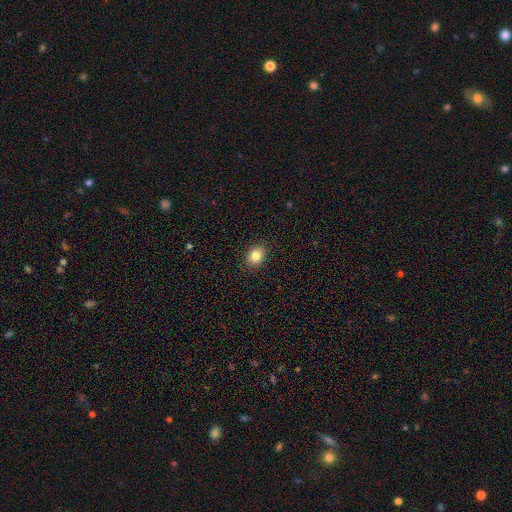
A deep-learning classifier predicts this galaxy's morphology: A smooth galaxy with no disk features (84%) that is in between round and cigar-shaped (54%). Merging: none (89%).